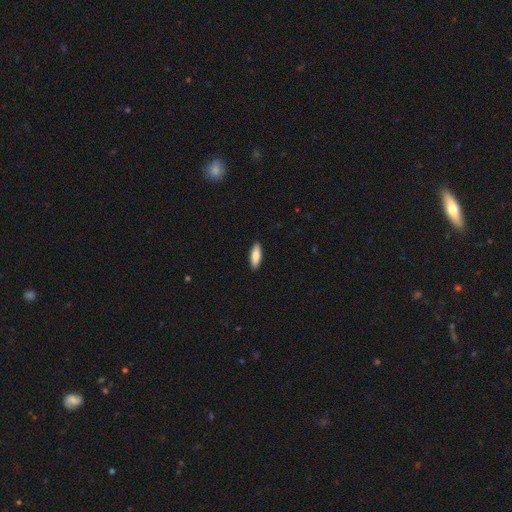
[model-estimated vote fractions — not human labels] The model was most divided on "how rounded": in between: 60%, cigar-shaped: 38%, round: 2%. More confident: merging — none (90%); smooth or featured — smooth (86%).